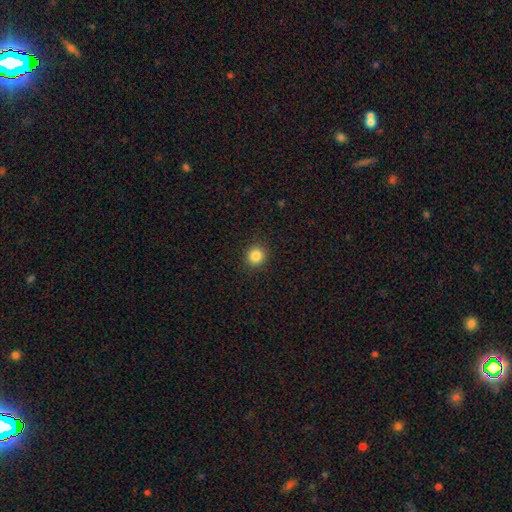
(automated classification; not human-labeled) Q: Smooth or featured?
A: smooth (85%); runner-up: star or artifact (11%)
Q: How rounded?
A: round (90%); runner-up: in between (9%)
Q: Merging?
A: none (91%); runner-up: minor disturbance (6%)